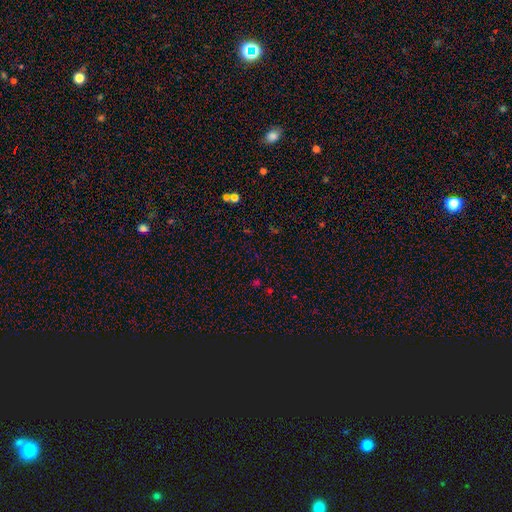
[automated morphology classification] Smooth or featured?
  - star or artifact: 58% *
  - smooth: 33%
  - featured or disk: 9%